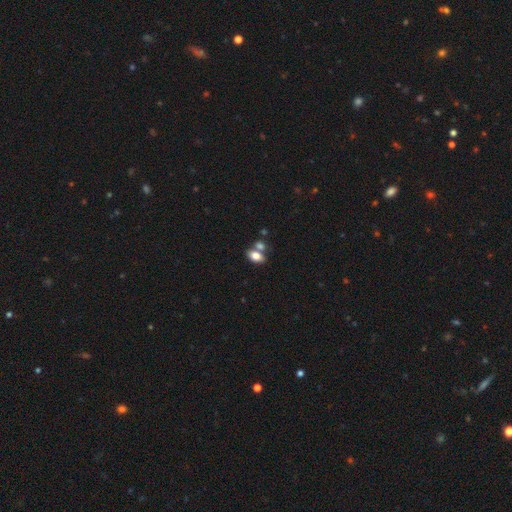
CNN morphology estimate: A smooth galaxy with no disk features (80%) that is in between round and cigar-shaped (87%). Merging: none (47%).